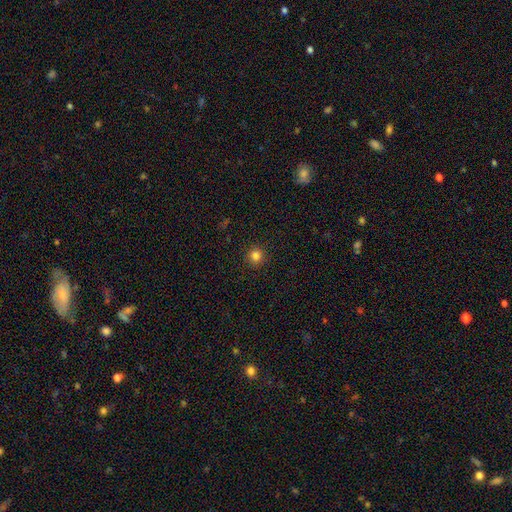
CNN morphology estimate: Smooth or featured?
  - smooth: 83% *
  - star or artifact: 13%
  - featured or disk: 4%
How rounded?
  - round: 95% *
  - in between: 4%
  - cigar-shaped: 1%
Merging?
  - none: 92% *
  - minor disturbance: 5%
  - major disturbance: 2%
  - merger: 1%